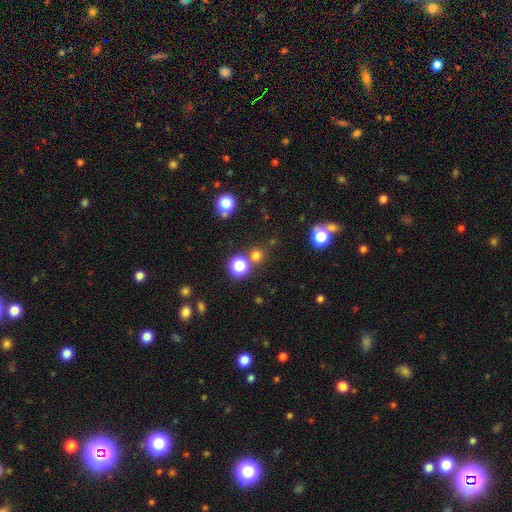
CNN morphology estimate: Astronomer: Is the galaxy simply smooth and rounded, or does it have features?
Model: smooth — 70%.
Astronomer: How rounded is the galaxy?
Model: round — 91%.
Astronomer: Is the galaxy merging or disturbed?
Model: none — 75%.